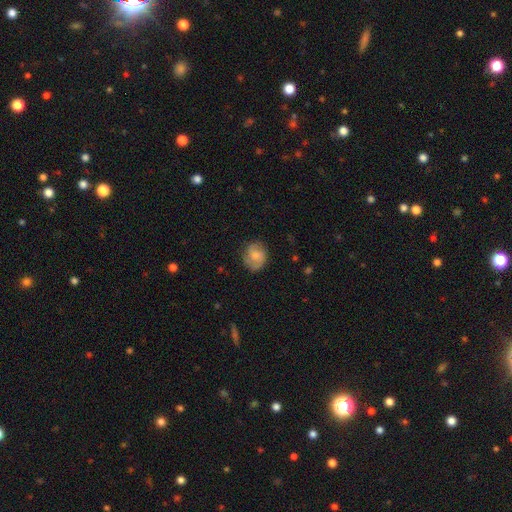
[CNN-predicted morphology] Smooth or featured: featured or disk — 50% (smooth — 42%)
Edge-on disk: no — 97% (yes — 3%)
Merging: none — 75% (minor disturbance — 18%)